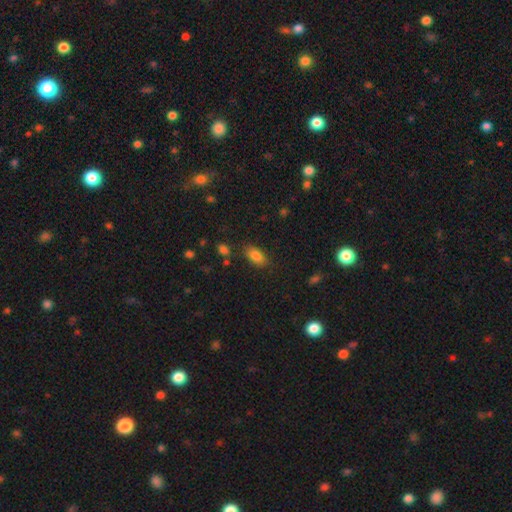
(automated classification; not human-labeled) smooth-or-featured: smooth: 84% | star or artifact: 9% | featured or disk: 7%
  how-rounded: in between: 89% | round: 6% | cigar-shaped: 4%
  merging: none: 80% | minor disturbance: 13% | major disturbance: 4% | merger: 3%